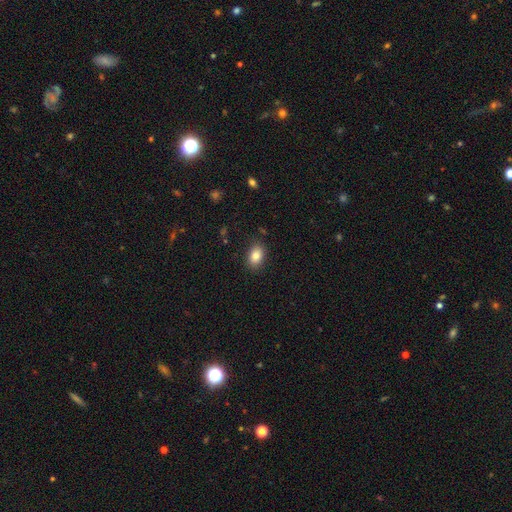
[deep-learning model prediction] Smooth or featured? smooth (84%)
How rounded? in between (82%)
Merging? none (86%)